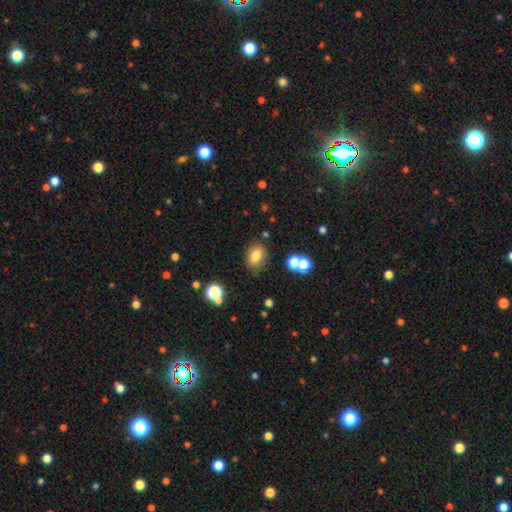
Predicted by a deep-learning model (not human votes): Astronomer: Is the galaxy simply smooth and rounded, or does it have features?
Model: smooth — 79%.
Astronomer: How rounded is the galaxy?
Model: in between — 73%.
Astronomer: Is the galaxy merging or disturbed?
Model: none — 80%.